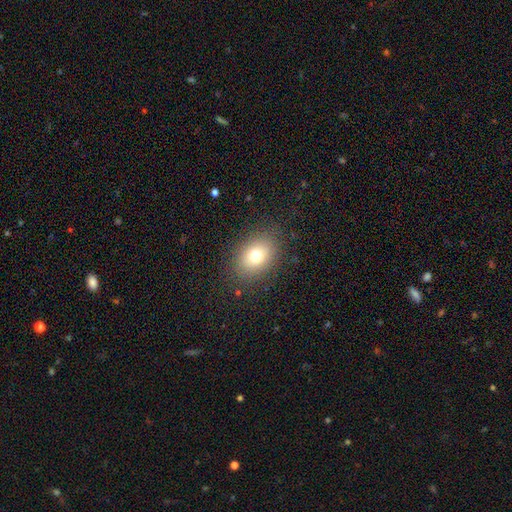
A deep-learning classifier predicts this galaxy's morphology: type=smooth (75%); roundness=in between (66%); merging=none (84%).